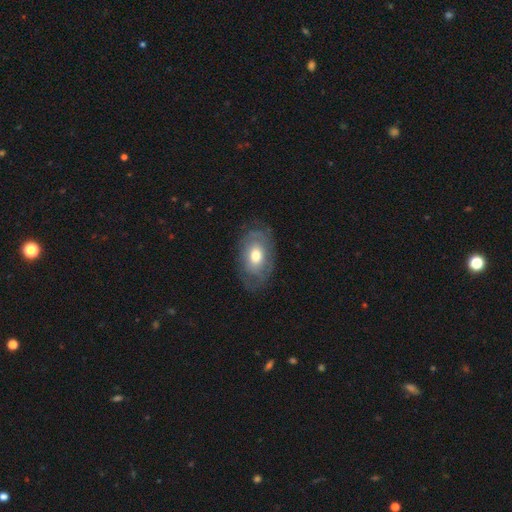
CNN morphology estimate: A smooth galaxy with no disk features (50%) that is in between round and cigar-shaped (86%). Merging: none (69%).